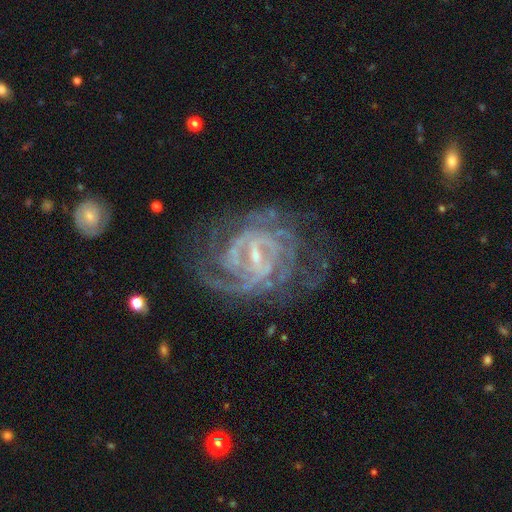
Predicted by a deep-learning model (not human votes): Morphology: type=featured or disk (90%); edge-on=no (97%); bar=weak (48%); spiral arms=yes (96%); winding=tight (64%); arm count=2 (26%, tied with can't tell); bulge=small (70%); merging=none (65%).